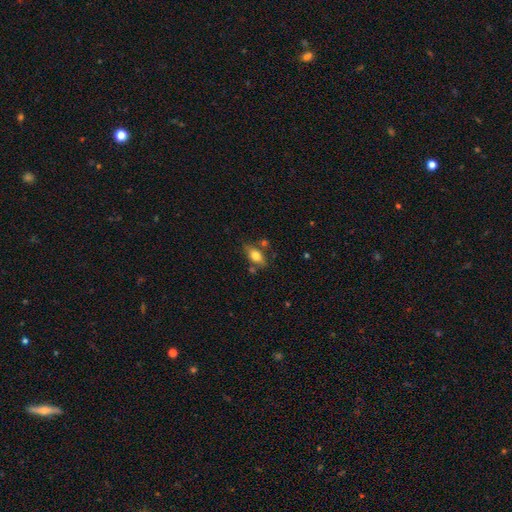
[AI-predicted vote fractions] This appears to be a smooth galaxy with no disk features (73%) that is in between round and cigar-shaped (85%). Merging: none (68%).